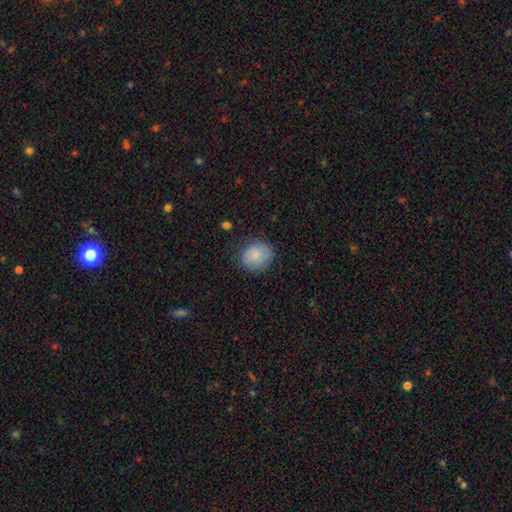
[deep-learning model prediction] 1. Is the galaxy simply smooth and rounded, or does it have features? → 83% smooth, 10% featured or disk, 7% star or artifact.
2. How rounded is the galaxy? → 80% round, 19% in between, 1% cigar-shaped.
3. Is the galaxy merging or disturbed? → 78% none, 16% minor disturbance, 4% major disturbance, 1% merger.